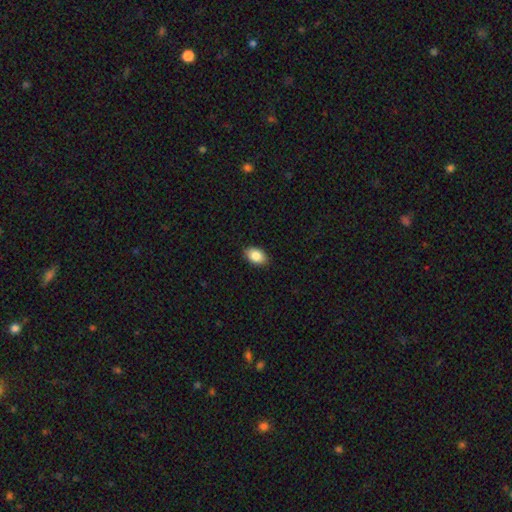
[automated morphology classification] A smooth galaxy with no disk features (87%) that is in between round and cigar-shaped (91%).

Vote fractions:
- Smooth or featured? smooth: 87% / star or artifact: 7% / featured or disk: 6%
- How rounded? in between: 91% / round: 8% / cigar-shaped: 1%
- Merging? none: 89% / minor disturbance: 8% / major disturbance: 2% / merger: 1%